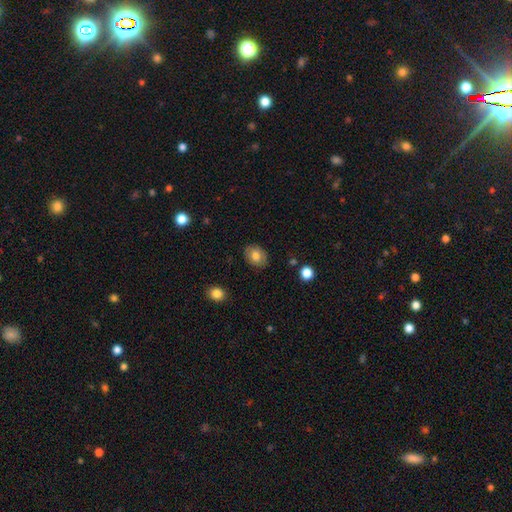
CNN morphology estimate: Smooth or featured: smooth — 76% (featured or disk — 16%)
How rounded: in between — 62% (round — 37%)
Merging: none — 85% (minor disturbance — 11%)